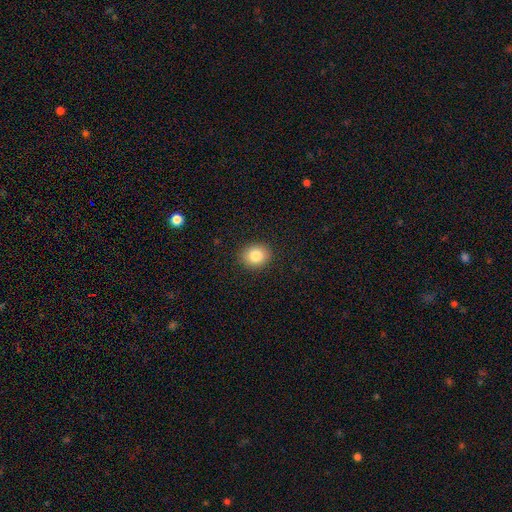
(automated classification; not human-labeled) Overall: smooth (83%). How rounded: round (66%; in between 33%). Merging: none (90%).